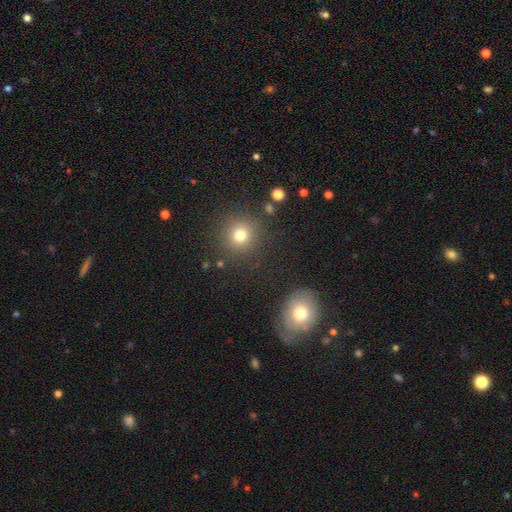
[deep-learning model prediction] A smooth galaxy with no disk features (50%) that is round (88%). Merging: none (84%).